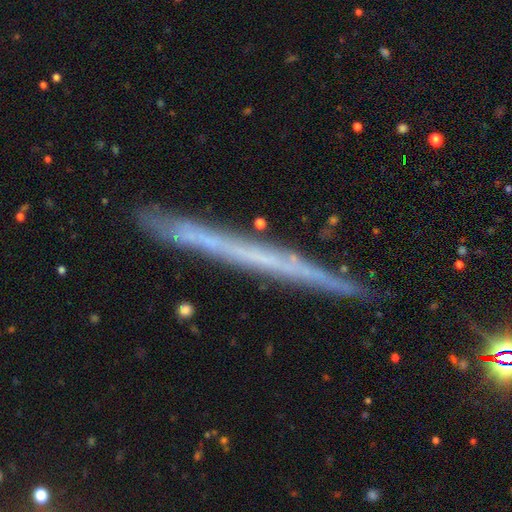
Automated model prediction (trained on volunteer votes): featured or disk 61%, smooth 30%, star or artifact 10%. Down the decision tree: edge-on disk — yes (96%); edge-on bulge — none (93%); merging — none (88%).